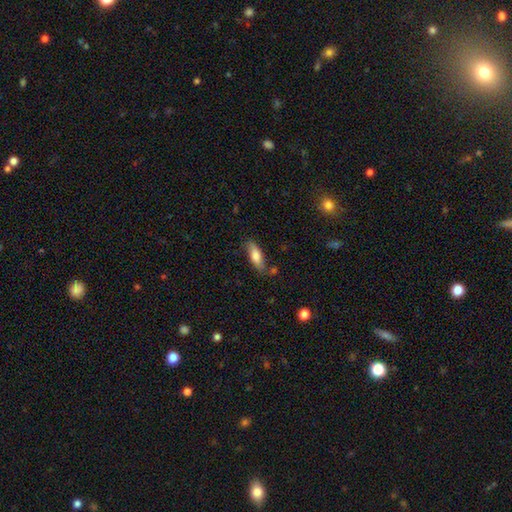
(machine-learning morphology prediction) This appears to be a smooth galaxy with no disk features (74%) that is in between round and cigar-shaped (60%). Merging: none (74%).